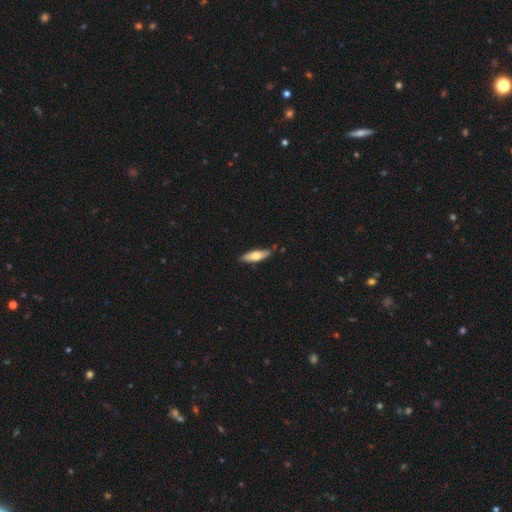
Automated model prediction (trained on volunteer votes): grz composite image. It shows a smooth galaxy with no disk features (62%) that is cigar-shaped (62%). Merging: none (85%).